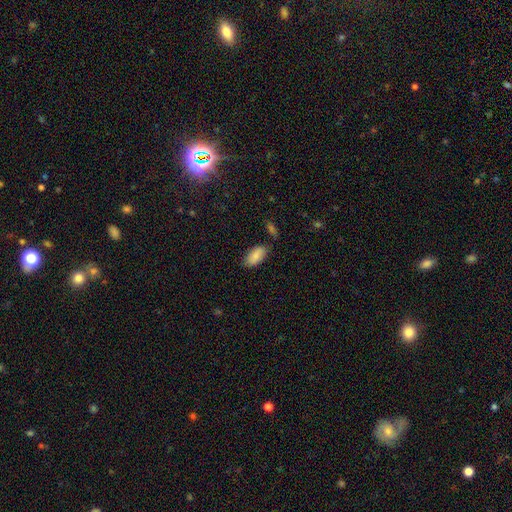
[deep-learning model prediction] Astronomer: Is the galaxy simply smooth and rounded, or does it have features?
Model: smooth — 87%.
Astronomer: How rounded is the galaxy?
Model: in between — 93%.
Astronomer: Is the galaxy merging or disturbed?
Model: none — 77%.